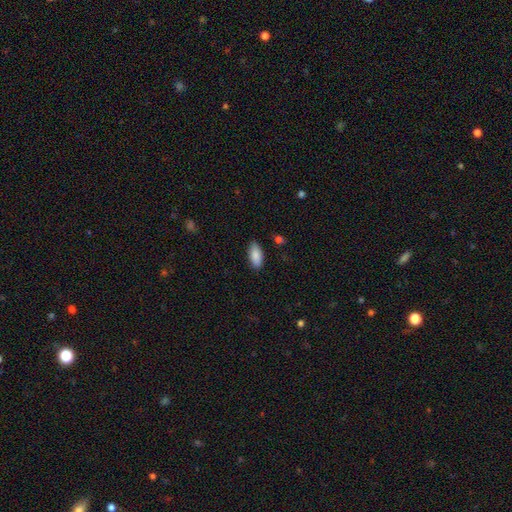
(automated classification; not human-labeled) Smooth or featured: smooth — 88% (star or artifact — 6%)
How rounded: in between — 89% (cigar-shaped — 9%)
Merging: none — 86% (minor disturbance — 10%)